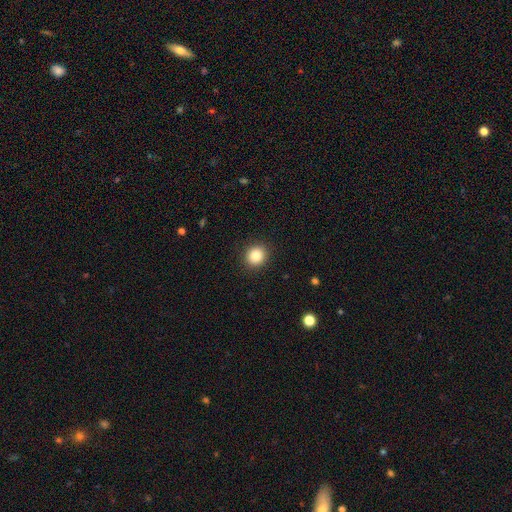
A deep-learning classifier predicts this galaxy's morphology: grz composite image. It shows a smooth galaxy with no disk features (85%) that is round (86%). Merging: none (91%).